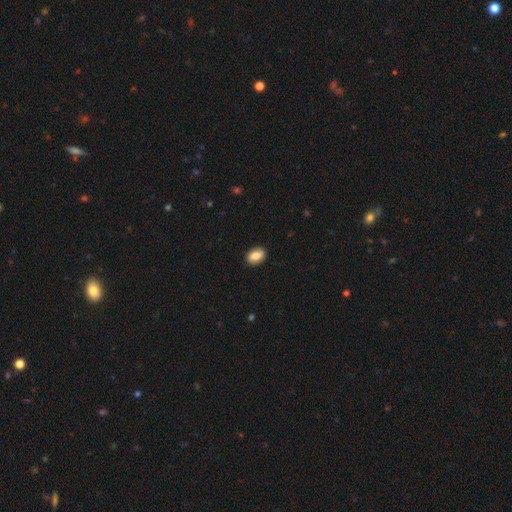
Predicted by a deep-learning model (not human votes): Smooth or featured?
  - smooth: 84% *
  - featured or disk: 9%
  - star or artifact: 7%
How rounded?
  - in between: 85% *
  - round: 13%
  - cigar-shaped: 2%
Merging?
  - none: 88% *
  - minor disturbance: 9%
  - major disturbance: 2%
  - merger: 1%